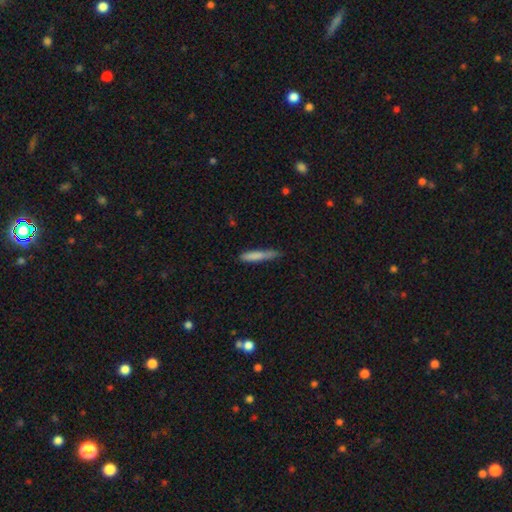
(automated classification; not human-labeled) smooth 80%, featured or disk 14%, star or artifact 6%. Down the decision tree: how rounded — cigar-shaped (92%); merging — none (66%).